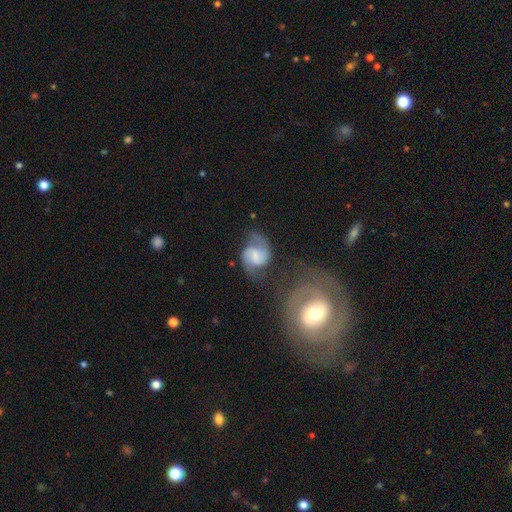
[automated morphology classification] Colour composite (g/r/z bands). It shows a featured or disk galaxy (81%) with a weak bar (51%), 2 (91%) medium (52%) spiral arms (96%) and a small central bulge (34%). Merging: none (59%).